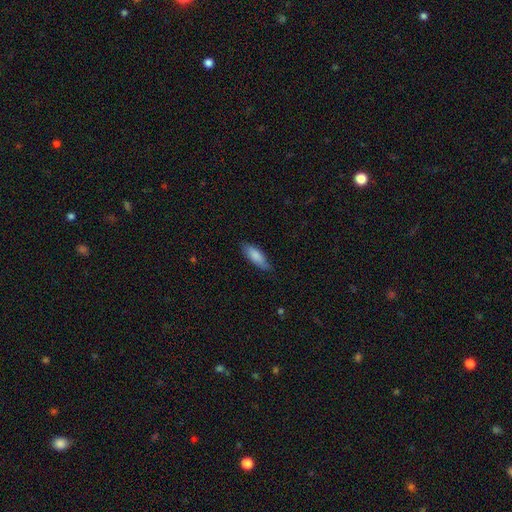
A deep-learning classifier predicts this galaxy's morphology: A smooth galaxy with no disk features (83%) that is in between round and cigar-shaped (61%). Merging: none (80%).